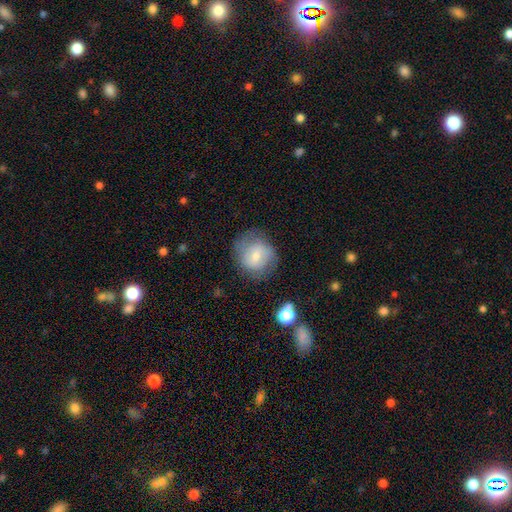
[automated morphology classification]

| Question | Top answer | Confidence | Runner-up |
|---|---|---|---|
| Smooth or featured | smooth | 59% | featured or disk (34%) |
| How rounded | round | 78% | in between (21%) |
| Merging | none | 65% | minor disturbance (22%) |